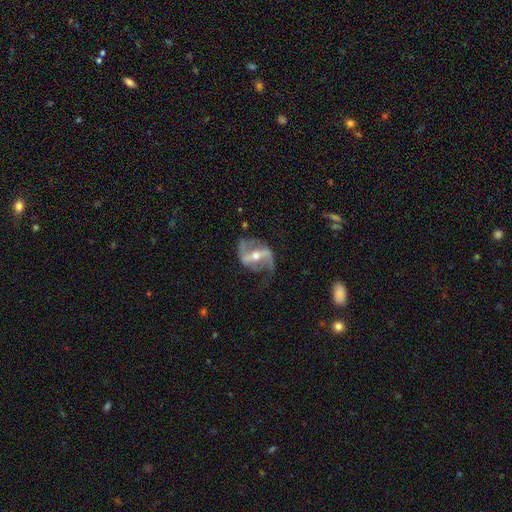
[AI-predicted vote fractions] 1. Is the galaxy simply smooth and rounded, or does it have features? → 88% featured or disk, 7% smooth, 5% star or artifact.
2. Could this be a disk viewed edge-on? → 95% no, 5% yes.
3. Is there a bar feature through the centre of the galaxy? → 64% strong, 25% weak, 11% no.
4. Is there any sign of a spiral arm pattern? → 92% yes, 8% no.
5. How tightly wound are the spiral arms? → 55% loose, 35% medium, 11% tight.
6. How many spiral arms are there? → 89% 2, 4% 1, 4% can't tell, 1% 3, 1% 4, 1% more than 4.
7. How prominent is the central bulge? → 57% moderate, 39% small, 2% large, 1% none, 1% dominant.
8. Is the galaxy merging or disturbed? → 65% none, 19% minor disturbance, 14% major disturbance, 2% merger.